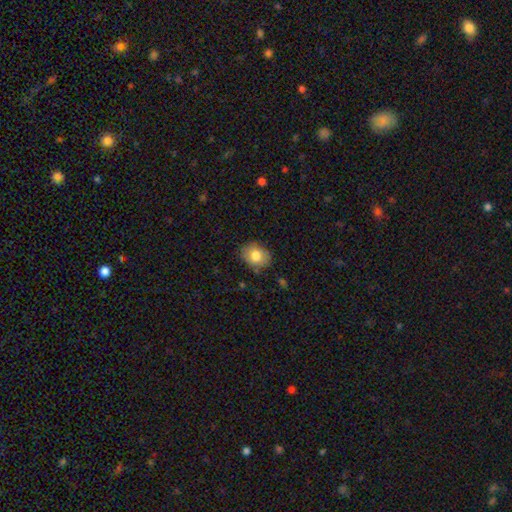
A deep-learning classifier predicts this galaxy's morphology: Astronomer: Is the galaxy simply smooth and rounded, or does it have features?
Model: smooth — 79%.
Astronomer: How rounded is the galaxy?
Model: in between — 62%.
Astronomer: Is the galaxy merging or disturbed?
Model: none — 83%.